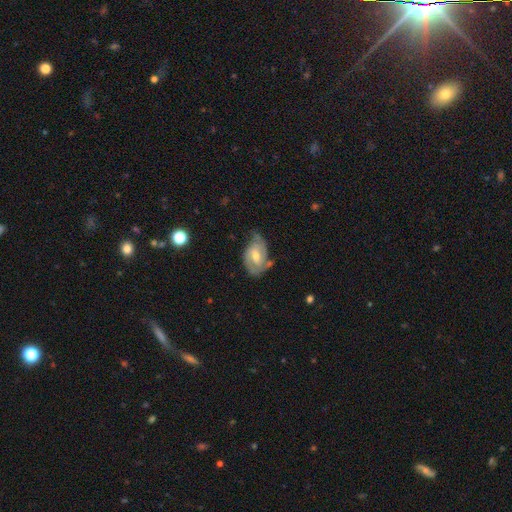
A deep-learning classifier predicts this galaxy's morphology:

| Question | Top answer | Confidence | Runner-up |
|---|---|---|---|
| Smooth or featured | featured or disk | 73% | smooth (21%) |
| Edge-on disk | no | 96% | yes (4%) |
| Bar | weak | 50% | no (37%) |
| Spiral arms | yes | 88% | no (12%) |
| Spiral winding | tight | 46% | medium (40%) |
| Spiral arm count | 2 | 64% | can't tell (20%) |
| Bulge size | moderate | 60% | small (34%) |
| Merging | none | 53% | minor disturbance (31%) |